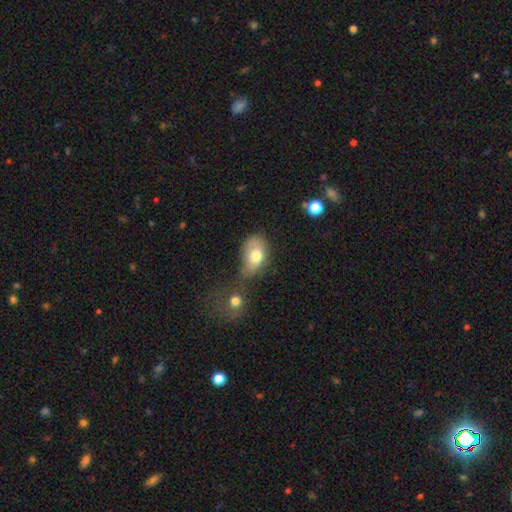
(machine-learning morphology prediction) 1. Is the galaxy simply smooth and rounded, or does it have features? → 74% smooth, 18% featured or disk, 8% star or artifact.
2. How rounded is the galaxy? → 84% in between, 15% round, 2% cigar-shaped.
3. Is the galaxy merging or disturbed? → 30% minor disturbance (tied), 30% none (tied), 20% merger, 20% major disturbance.